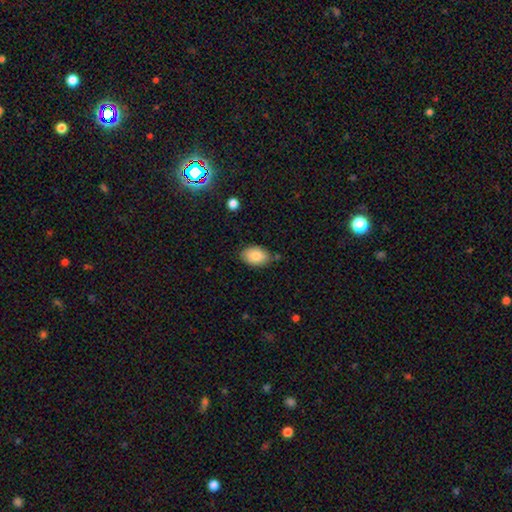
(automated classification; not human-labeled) This is clearly a smooth galaxy (85%). How rounded: clearly in between (87%). Merging: likely none (76%).